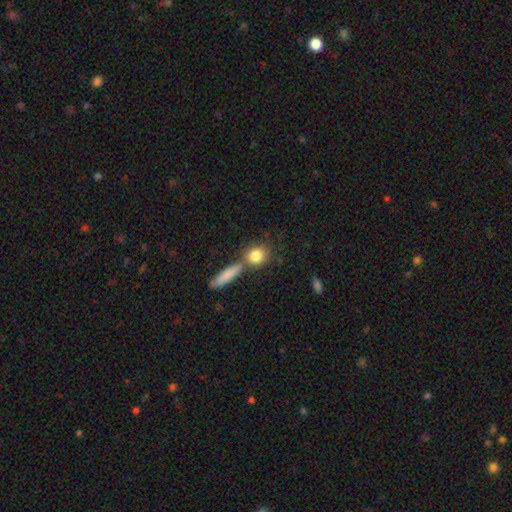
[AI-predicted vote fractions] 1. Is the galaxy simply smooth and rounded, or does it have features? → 82% smooth, 9% featured or disk, 8% star or artifact.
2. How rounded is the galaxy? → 66% round, 26% in between, 8% cigar-shaped.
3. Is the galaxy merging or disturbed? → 62% none, 23% merger, 11% minor disturbance, 4% major disturbance.